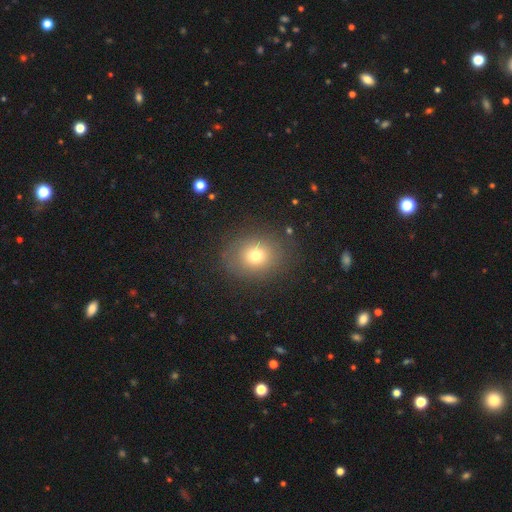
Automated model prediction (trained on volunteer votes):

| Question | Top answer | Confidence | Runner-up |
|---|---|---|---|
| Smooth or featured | smooth | 72% | star or artifact (15%) |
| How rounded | round | 61% | in between (38%) |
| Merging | none | 82% | minor disturbance (12%) |